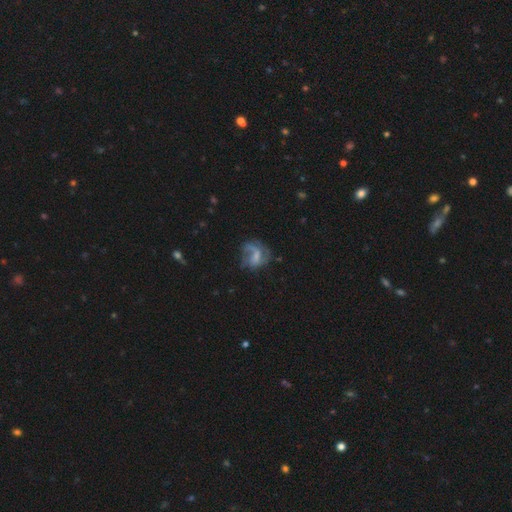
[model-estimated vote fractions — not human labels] Smooth or featured: featured or disk — 60% (smooth — 30%)
Edge-on disk: no — 98% (yes — 2%)
Bar: no — 44% (weak — 43%)
Spiral arms: yes — 74% (no — 26%)
Bulge size: none — 39% (small — 29%)
Merging: none — 42% (major disturbance — 33%)